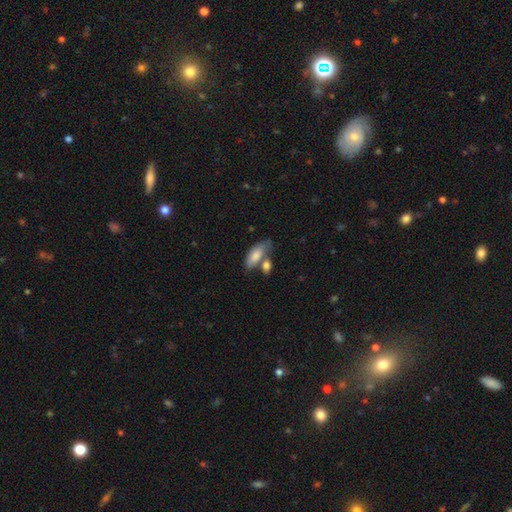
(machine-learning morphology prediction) The model was most divided on "merging": none: 43%, merger: 33%, minor disturbance: 17%, major disturbance: 7%. More confident: how rounded — in between (84%); smooth or featured — smooth (79%).